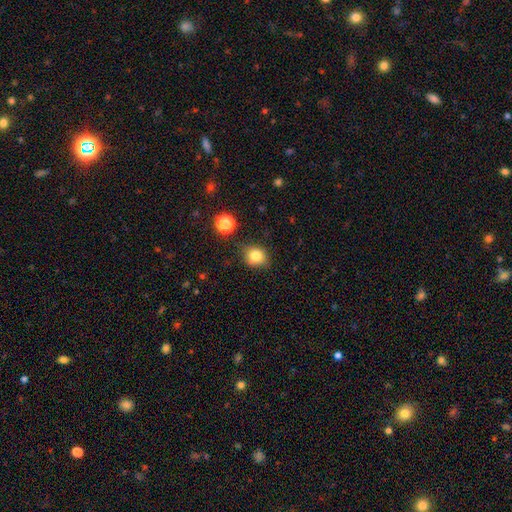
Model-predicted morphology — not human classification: The model was most divided on "how rounded": round: 66%, in between: 33%, cigar-shaped: 1%. More confident: smooth or featured — smooth (80%); merging — none (77%).